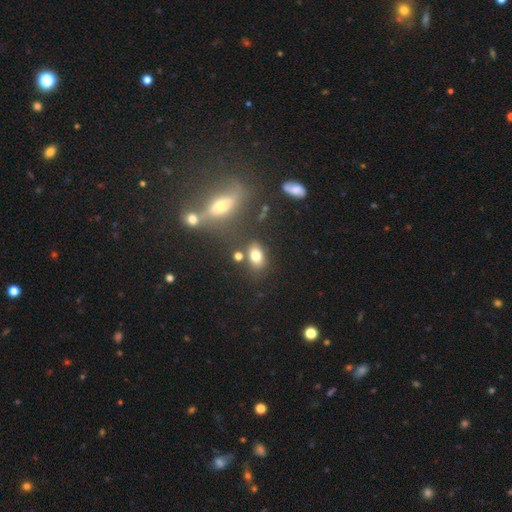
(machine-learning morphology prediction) type=smooth (77%); roundness=in between (80%); merging=none (73%).